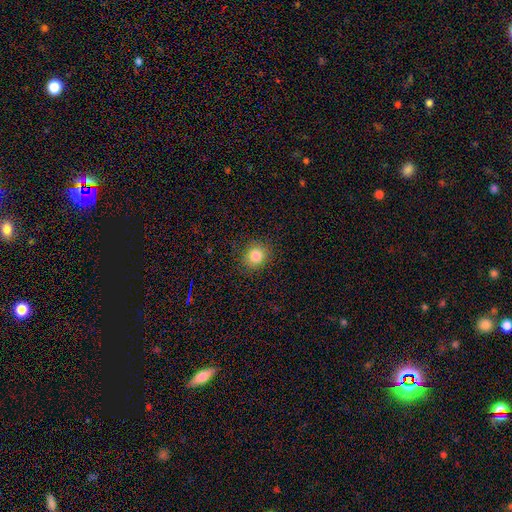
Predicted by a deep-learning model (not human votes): This is clearly a smooth galaxy (83%). How rounded: clearly round (80%). Merging: clearly none (87%).